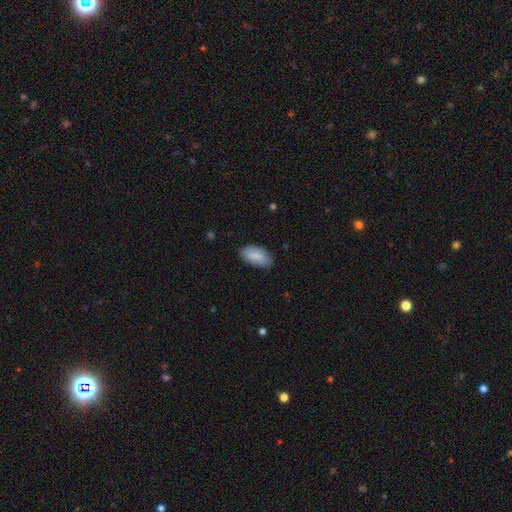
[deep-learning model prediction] Q: Smooth or featured?
A: smooth (86%); runner-up: featured or disk (8%)
Q: How rounded?
A: in between (94%); runner-up: cigar-shaped (4%)
Q: Merging?
A: none (82%); runner-up: minor disturbance (14%)